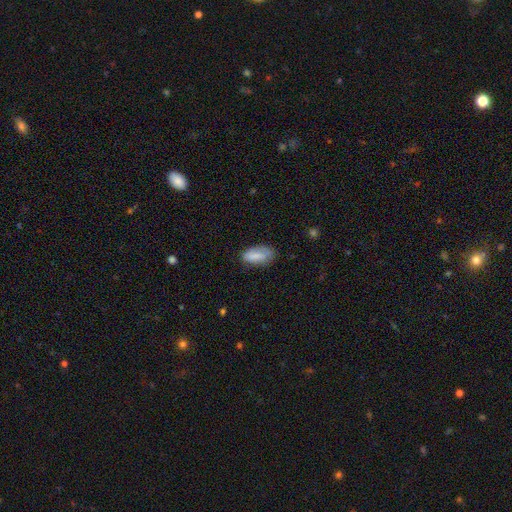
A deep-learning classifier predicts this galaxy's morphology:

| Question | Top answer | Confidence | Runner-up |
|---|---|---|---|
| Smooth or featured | smooth | 77% | featured or disk (16%) |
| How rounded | in between | 88% | cigar-shaped (9%) |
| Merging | none | 66% | minor disturbance (25%) |